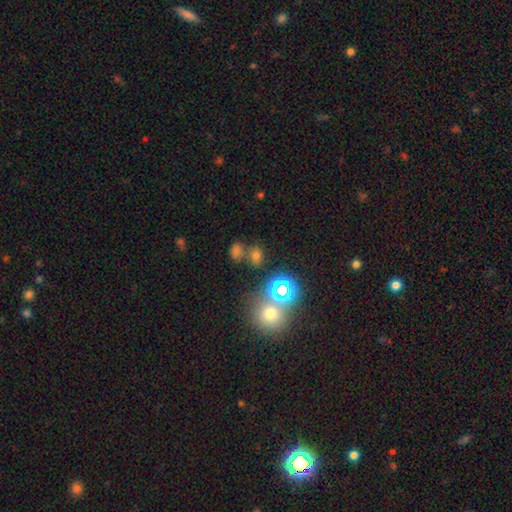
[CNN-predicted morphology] This is possibly a smooth galaxy (53%). How rounded: likely round (63%). Merging: likely none (64%).